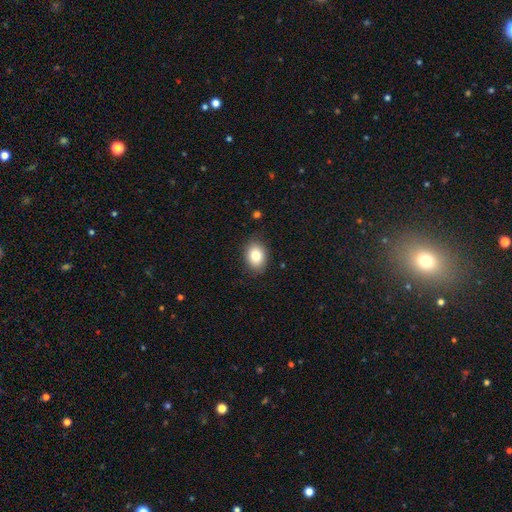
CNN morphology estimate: This appears to be a smooth galaxy with no disk features (82%) that is in between round and cigar-shaped (70%). Merging: none (85%).